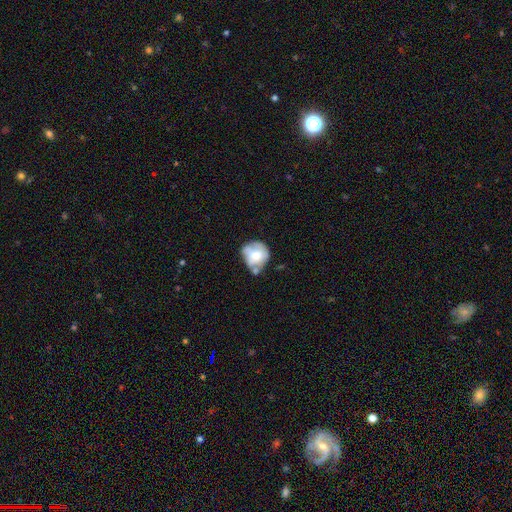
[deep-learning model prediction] Smooth or featured? smooth (53%)
How rounded? round (73%)
Merging? none (39%)